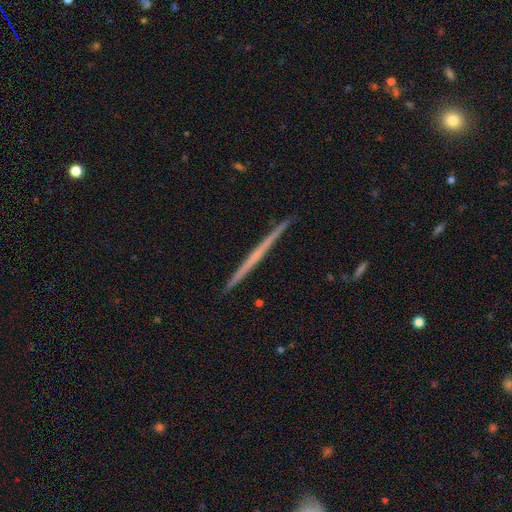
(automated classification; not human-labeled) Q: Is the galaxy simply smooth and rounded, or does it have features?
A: featured or disk — 62%.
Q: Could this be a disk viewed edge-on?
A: yes — 98%.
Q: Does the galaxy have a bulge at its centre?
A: none — 86%.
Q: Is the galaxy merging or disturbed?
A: none — 93%.